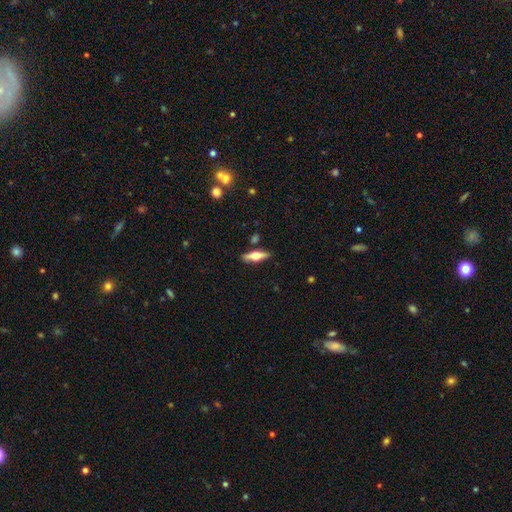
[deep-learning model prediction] smooth-or-featured: featured or disk: 51% | smooth: 43% | star or artifact: 6%
  disk-edge-on: yes: 92% | no: 8%
  merging: none: 86% | minor disturbance: 9% | merger: 3% | major disturbance: 2%